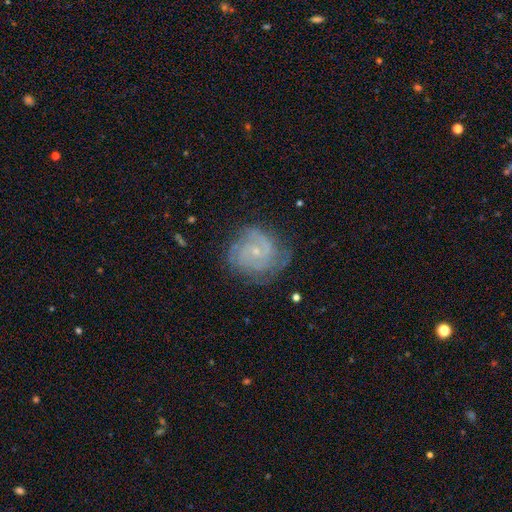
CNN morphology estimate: A featured or disk galaxy (71%) with no bar (66%), tight (64%) spiral arms (94%) and a small central bulge (77%).

Vote fractions:
- Smooth or featured? featured or disk: 71% / smooth: 15% / star or artifact: 14%
- Edge-on disk? no: 98% / yes: 2%
- Bar? no: 66% / weak: 28% / strong: 6%
- Spiral arms? yes: 94% / no: 6%
- Spiral winding? tight: 64% / medium: 29% / loose: 7%
- Spiral arm count? can't tell: 30% / 2: 25% / 3: 22% / 4: 9% / 1: 7% / more than 4: 7%
- Bulge size? small: 77% / moderate: 17% / none: 4% / large: 1% / dominant: 1%
- Merging? none: 75% / minor disturbance: 16% / major disturbance: 7% / merger: 1%